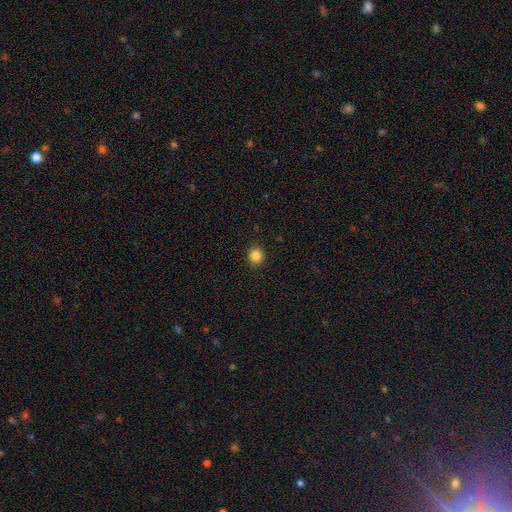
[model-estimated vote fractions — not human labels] Smooth or featured?
  - smooth: 85% *
  - star or artifact: 11%
  - featured or disk: 4%
How rounded?
  - round: 83% *
  - in between: 16%
  - cigar-shaped: 1%
Merging?
  - none: 91% *
  - minor disturbance: 6%
  - major disturbance: 2%
  - merger: 1%